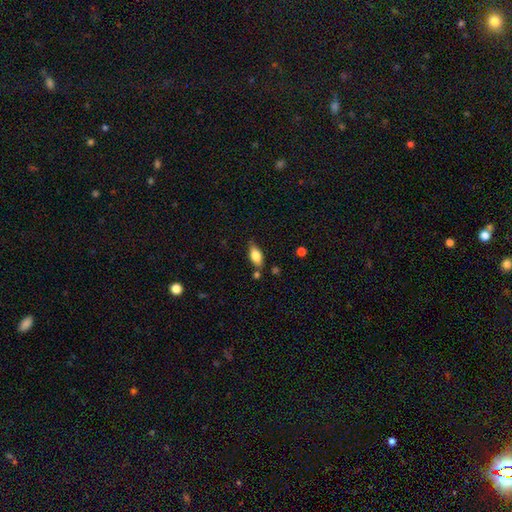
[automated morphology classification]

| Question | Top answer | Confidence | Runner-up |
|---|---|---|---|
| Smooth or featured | smooth | 80% | featured or disk (13%) |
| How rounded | in between | 88% | cigar-shaped (8%) |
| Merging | none | 73% | minor disturbance (17%) |